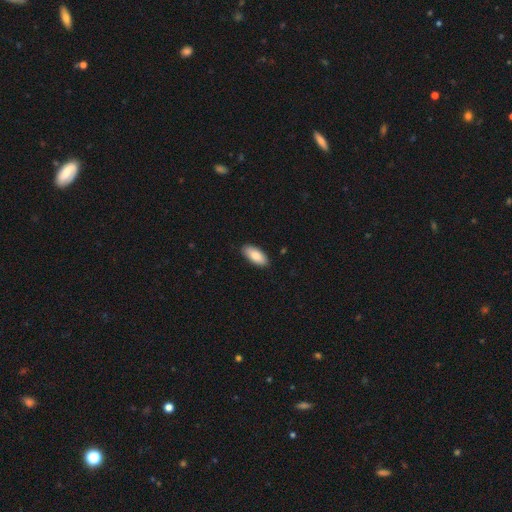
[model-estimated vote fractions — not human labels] Q: Smooth or featured?
A: smooth (86%); runner-up: featured or disk (9%)
Q: How rounded?
A: in between (88%); runner-up: cigar-shaped (10%)
Q: Merging?
A: none (88%); runner-up: minor disturbance (9%)